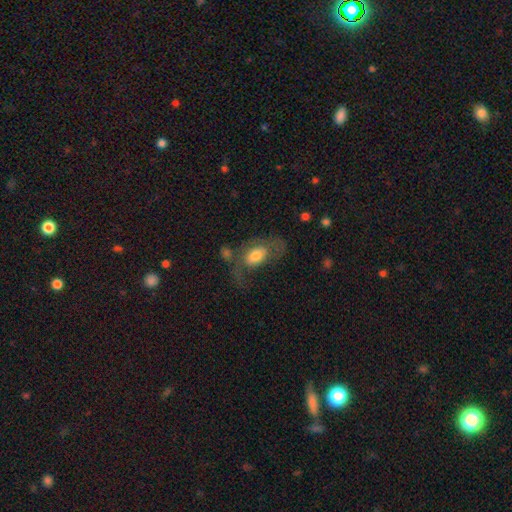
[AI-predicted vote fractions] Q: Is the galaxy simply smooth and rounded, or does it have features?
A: smooth — 58%.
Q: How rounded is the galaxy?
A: in between — 85%.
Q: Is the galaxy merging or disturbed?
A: major disturbance — 39%.